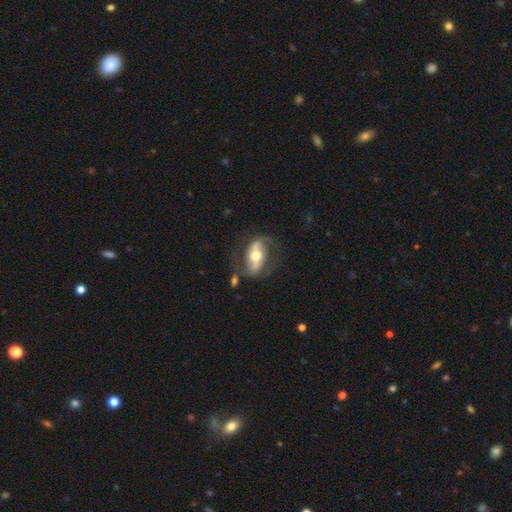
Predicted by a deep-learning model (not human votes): Morphology: type=featured or disk (72%); edge-on=no (89%); bar=strong (50%); spiral arms=yes (76%); bulge=moderate (68%); merging=none (60%).